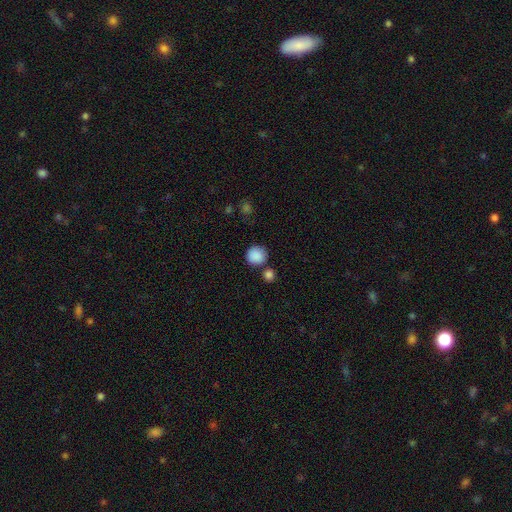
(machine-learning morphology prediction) Overall: smooth (88%). How rounded: round (91%). Merging: none (74%).